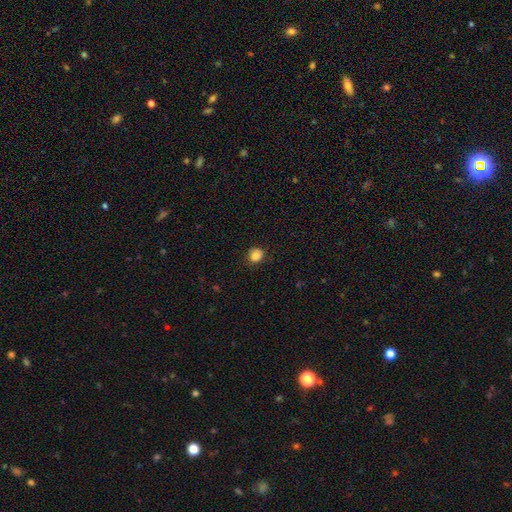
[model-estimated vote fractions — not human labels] A smooth galaxy with no disk features (85%) that is round (85%).

Vote fractions:
- Smooth or featured? smooth: 85% / star or artifact: 11% / featured or disk: 4%
- How rounded? round: 85% / in between: 14% / cigar-shaped: 1%
- Merging? none: 85% / minor disturbance: 12% / major disturbance: 3% / merger: 1%